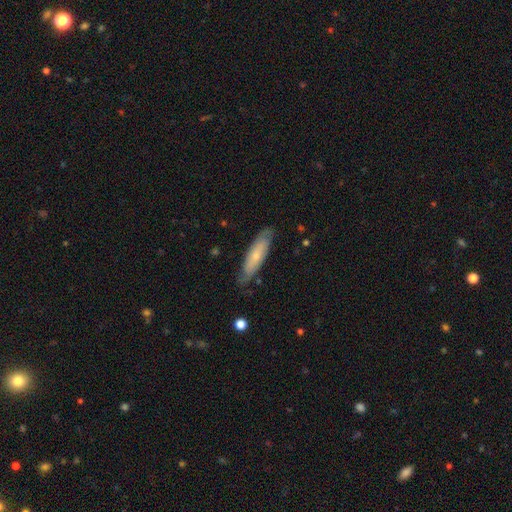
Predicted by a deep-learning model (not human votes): Overall: smooth (53%; featured or disk 41%). How rounded: cigar-shaped (66%; in between 32%). Merging: none (78%).